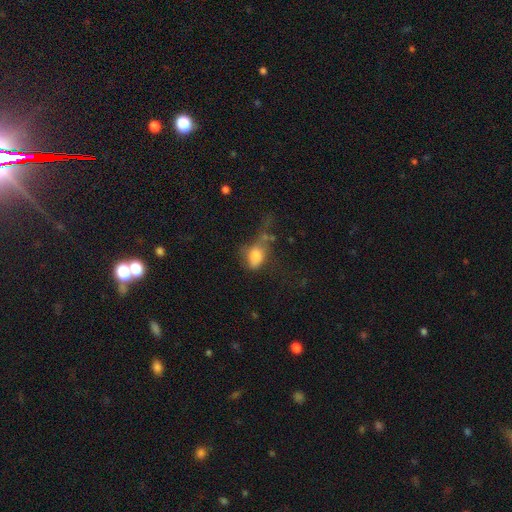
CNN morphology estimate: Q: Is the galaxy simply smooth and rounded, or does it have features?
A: smooth — 74%.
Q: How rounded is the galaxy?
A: in between — 78%.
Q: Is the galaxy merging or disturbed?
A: major disturbance — 39%.